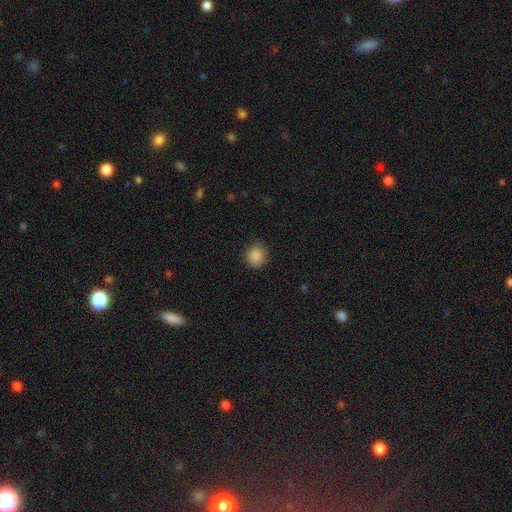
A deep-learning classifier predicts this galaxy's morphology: smooth 88%, star or artifact 9%, featured or disk 3%. Down the decision tree: how rounded — round (83%); merging — none (85%).